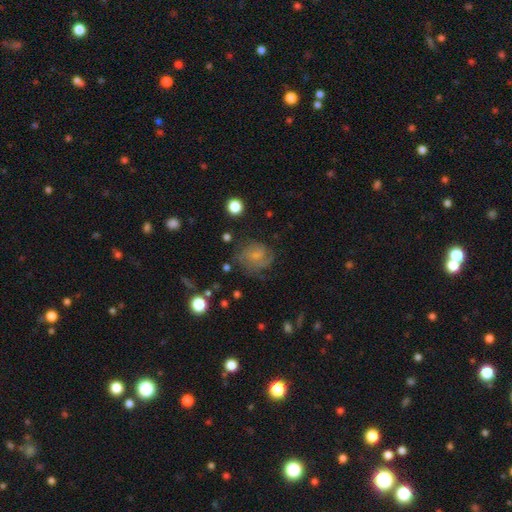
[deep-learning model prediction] Smooth or featured? Predicted: featured or disk (p=0.54). Edge-on disk? Predicted: no (p=0.97). Bar? Predicted: no (p=0.51). Spiral arms? Predicted: yes (p=0.81). Bulge size? Predicted: small (p=0.52). Merging? Predicted: none (p=0.58).